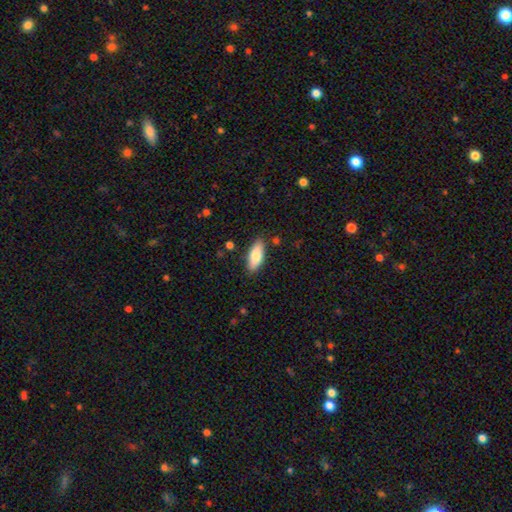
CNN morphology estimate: Smooth or featured?
  - smooth: 79% *
  - featured or disk: 15%
  - star or artifact: 6%
How rounded?
  - in between: 78% *
  - cigar-shaped: 20%
  - round: 2%
Merging?
  - none: 84% *
  - minor disturbance: 12%
  - major disturbance: 2%
  - merger: 2%